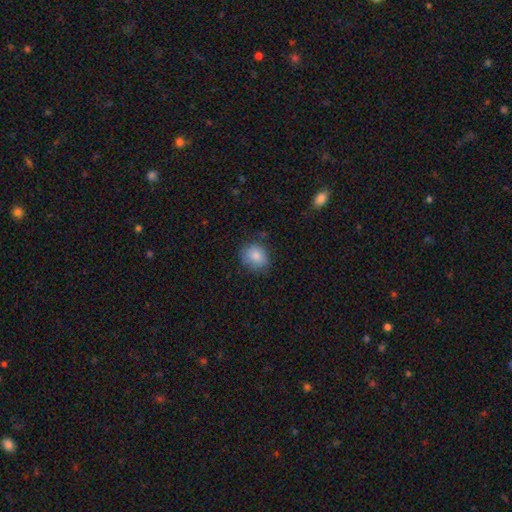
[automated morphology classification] A smooth galaxy with no disk features (84%) that is round (61%). Merging: none (73%).